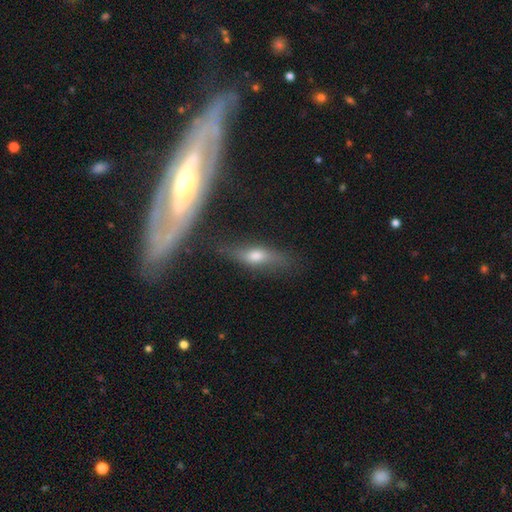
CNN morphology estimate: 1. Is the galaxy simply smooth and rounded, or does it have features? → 48% featured or disk, 42% smooth, 11% star or artifact.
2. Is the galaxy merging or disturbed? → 67% none, 19% minor disturbance, 8% major disturbance, 6% merger.